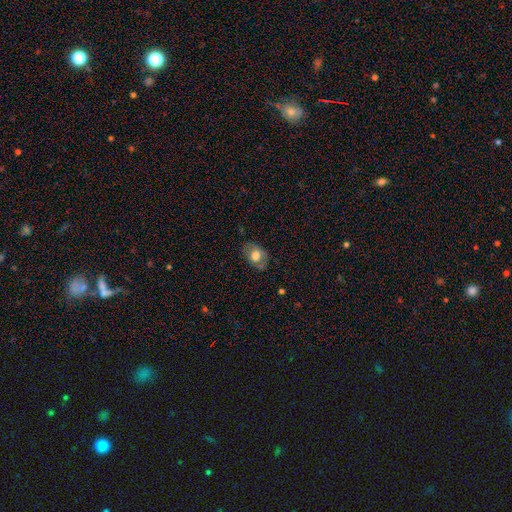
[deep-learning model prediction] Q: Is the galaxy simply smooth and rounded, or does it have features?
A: smooth — 64%.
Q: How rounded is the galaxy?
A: in between — 78%.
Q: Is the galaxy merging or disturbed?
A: none — 73%.